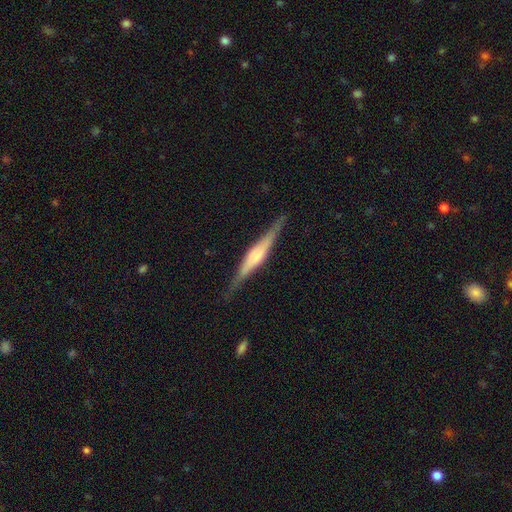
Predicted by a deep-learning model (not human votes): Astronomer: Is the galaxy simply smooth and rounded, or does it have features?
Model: featured or disk — 73%.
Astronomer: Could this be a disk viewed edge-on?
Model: yes — 97%.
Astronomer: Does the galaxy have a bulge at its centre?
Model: rounded — 46% (runner-up: boxy, 43%).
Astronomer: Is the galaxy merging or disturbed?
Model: none — 85%.